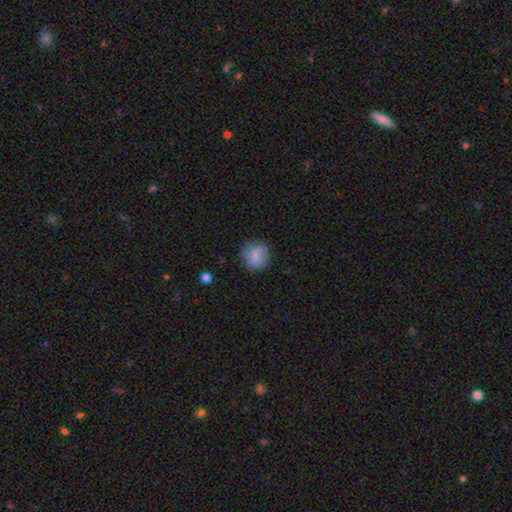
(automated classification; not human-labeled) smooth-or-featured: smooth: 76% | featured or disk: 15% | star or artifact: 9%
  how-rounded: round: 82% | in between: 17% | cigar-shaped: 1%
  merging: none: 73% | minor disturbance: 19% | major disturbance: 6% | merger: 2%